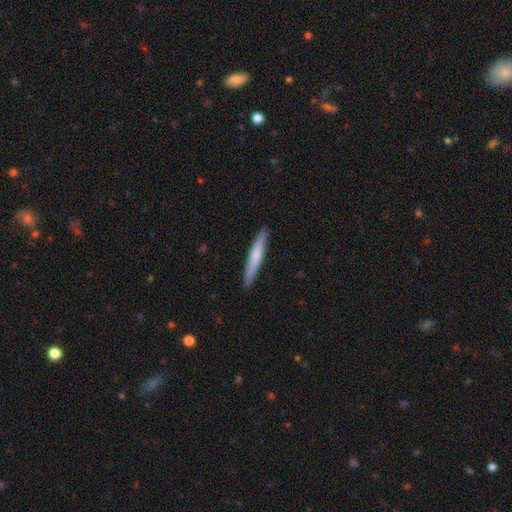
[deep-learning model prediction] This is likely a smooth galaxy (64%). How rounded: clearly cigar-shaped (95%). Merging: clearly none (91%).